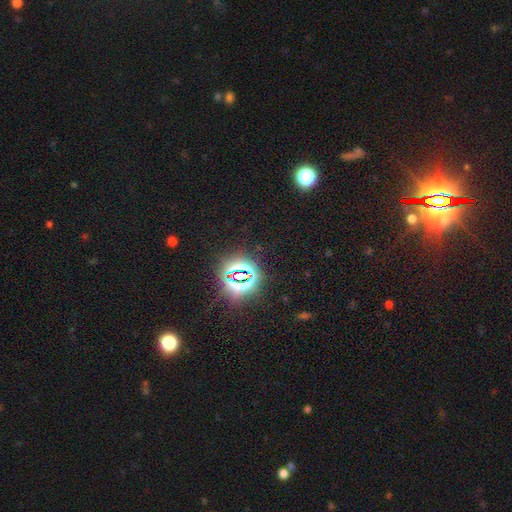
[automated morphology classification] A star or artifact, not a galaxy (82%).